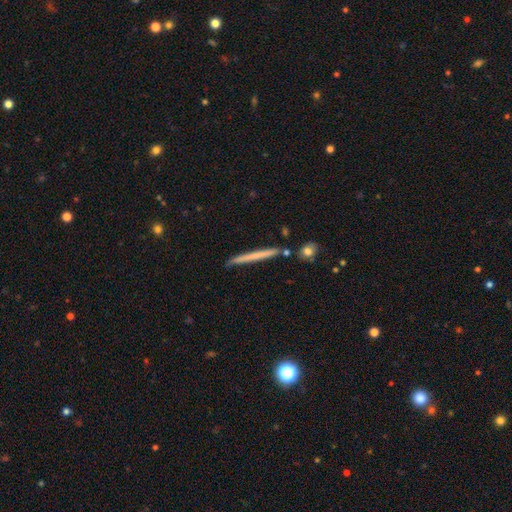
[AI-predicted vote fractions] This is possibly a smooth galaxy (56%). How rounded: clearly cigar-shaped (97%). Merging: clearly none (86%).